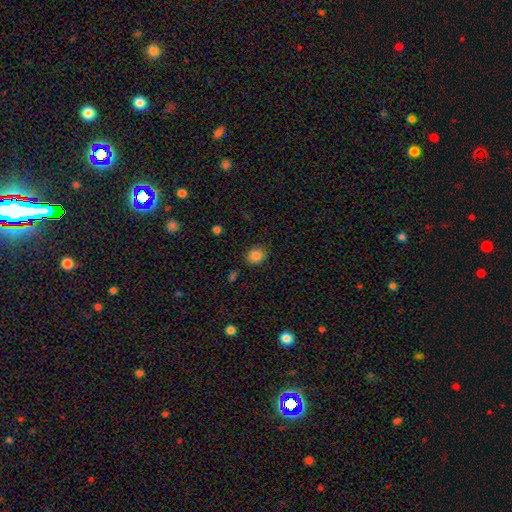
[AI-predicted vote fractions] Smooth or featured? Predicted: smooth (p=0.85). How rounded? Predicted: round (p=0.70). Merging? Predicted: none (p=0.86).